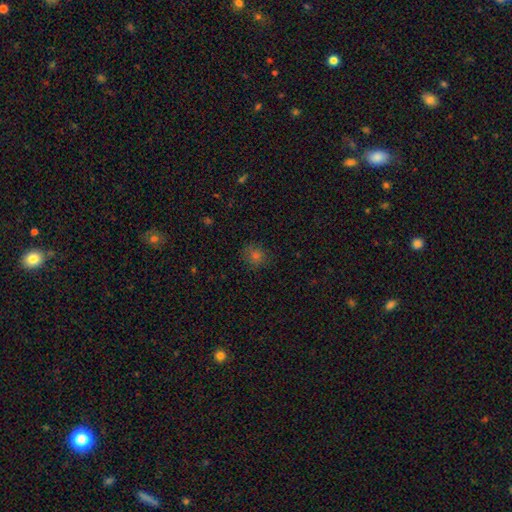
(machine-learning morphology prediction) smooth-or-featured: smooth: 73% | star or artifact: 21% | featured or disk: 6%
  how-rounded: round: 86% | in between: 13% | cigar-shaped: 1%
  merging: none: 84% | minor disturbance: 12% | major disturbance: 3% | merger: 1%